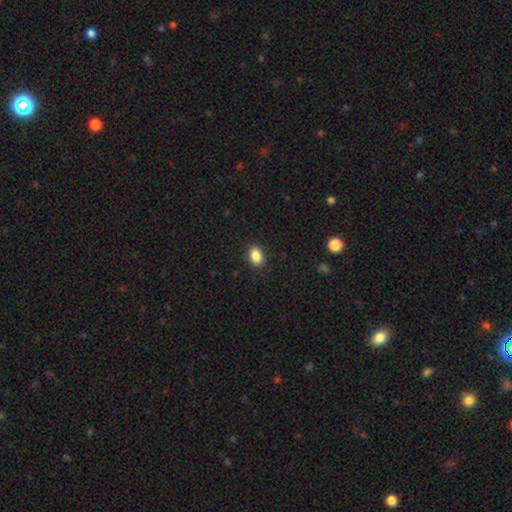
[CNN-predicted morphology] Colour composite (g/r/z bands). It shows a smooth galaxy with no disk features (87%) that is in between round and cigar-shaped (80%). Merging: none (89%).